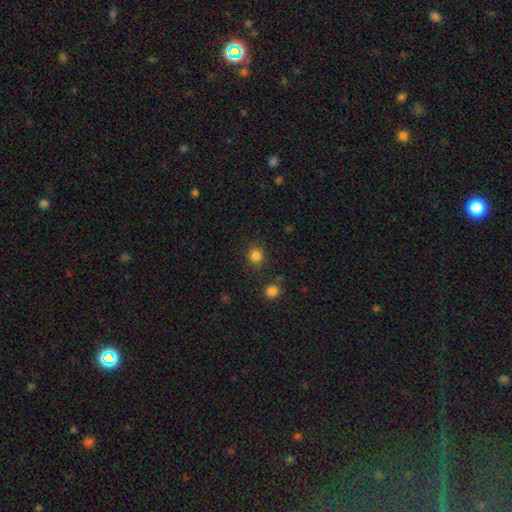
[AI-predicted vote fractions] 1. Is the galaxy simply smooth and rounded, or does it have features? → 84% smooth, 13% star or artifact, 4% featured or disk.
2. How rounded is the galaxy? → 82% round, 17% in between, 1% cigar-shaped.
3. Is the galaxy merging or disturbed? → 85% none, 9% minor disturbance, 3% merger, 3% major disturbance.